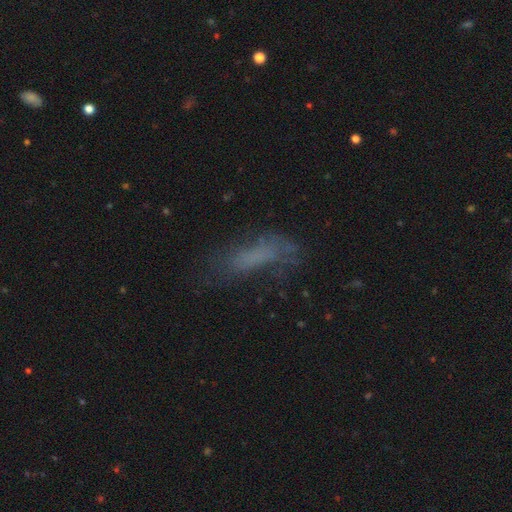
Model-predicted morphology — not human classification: The model was most divided on "how rounded": in between: 49%, cigar-shaped: 48%, round: 3%. Remaining: smooth or featured — smooth (54%); merging — none (48%).